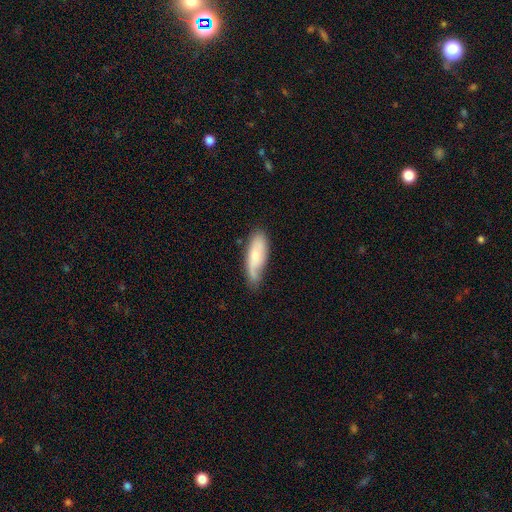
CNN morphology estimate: Smooth or featured: smooth — 59% (featured or disk — 35%)
How rounded: in between — 65% (cigar-shaped — 33%)
Merging: none — 59% (minor disturbance — 31%)